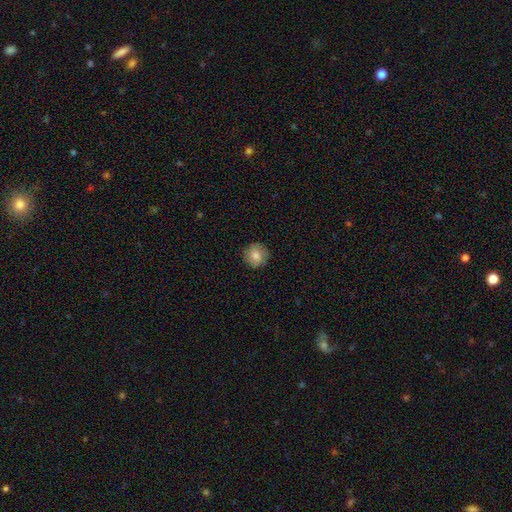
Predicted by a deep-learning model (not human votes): A smooth galaxy with no disk features (78%) that is round (92%). Merging: none (87%).